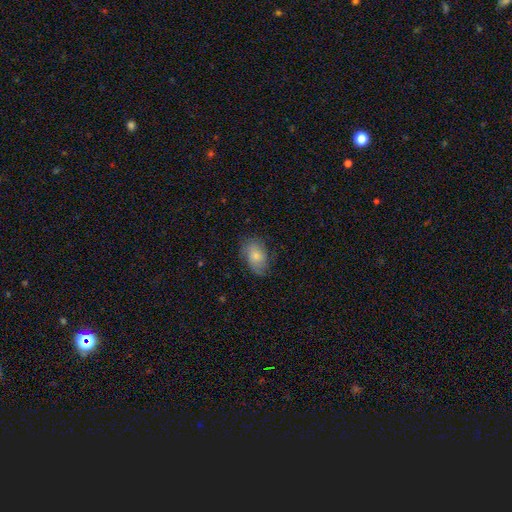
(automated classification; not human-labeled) A smooth galaxy with no disk features (65%) that is in between round and cigar-shaped (85%).

Vote fractions:
- Smooth or featured? smooth: 65% / featured or disk: 28% / star or artifact: 7%
- How rounded? in between: 85% / round: 14% / cigar-shaped: 1%
- Merging? none: 67% / minor disturbance: 24% / major disturbance: 8% / merger: 1%